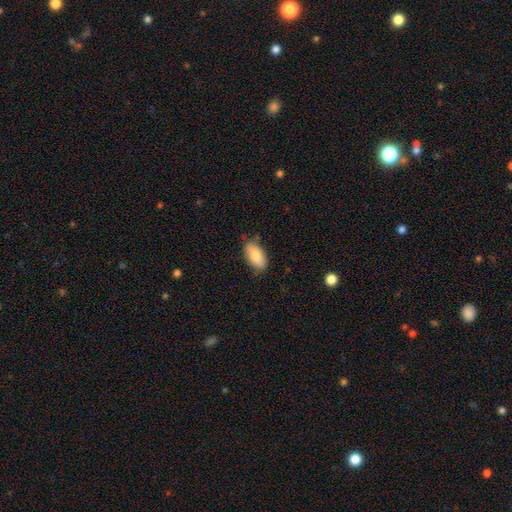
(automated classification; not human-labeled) Smooth or featured?
  - smooth: 84% *
  - featured or disk: 10%
  - star or artifact: 6%
How rounded?
  - in between: 93% *
  - cigar-shaped: 4%
  - round: 3%
Merging?
  - none: 77% *
  - minor disturbance: 18%
  - major disturbance: 3%
  - merger: 2%